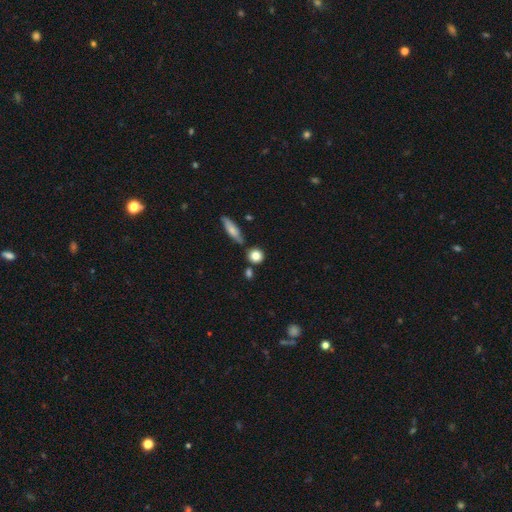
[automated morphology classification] A smooth galaxy with no disk features (83%) that is round (82%). Merging: none (74%).